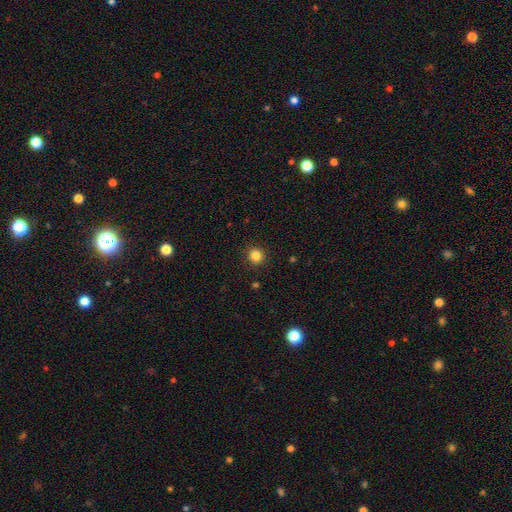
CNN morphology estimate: A smooth galaxy with no disk features (83%) that is round (93%).

Vote fractions:
- Smooth or featured? smooth: 83% / star or artifact: 12% / featured or disk: 4%
- How rounded? round: 93% / in between: 6% / cigar-shaped: 1%
- Merging? none: 92% / minor disturbance: 5% / major disturbance: 2% / merger: 1%